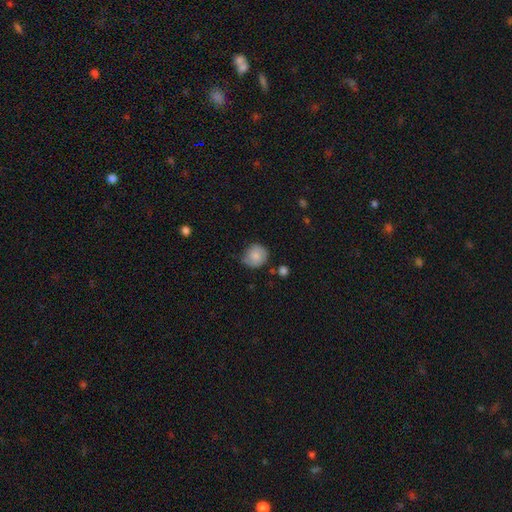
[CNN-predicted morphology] This appears to be a smooth galaxy with no disk features (77%) that is round (85%). Merging: none (62%).